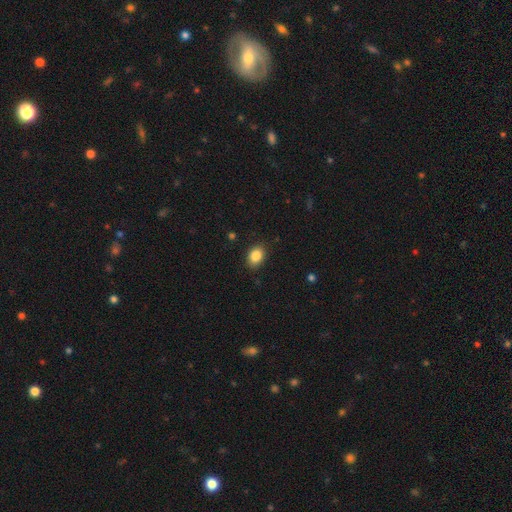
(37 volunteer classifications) Overall: smooth (92%). How rounded: in between (68%; round 32%). Merging: none (69%).